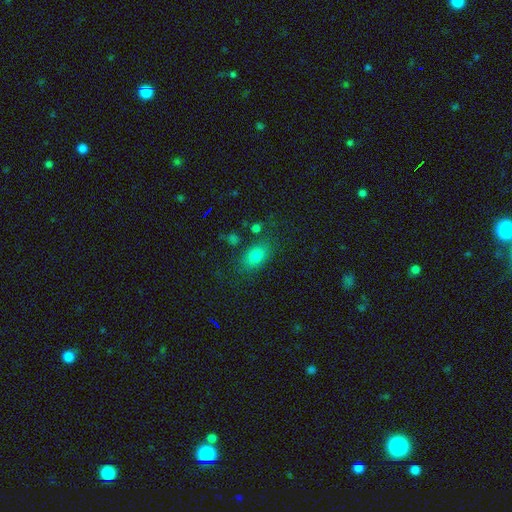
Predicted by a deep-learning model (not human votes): smooth-or-featured: smooth: 76% | star or artifact: 14% | featured or disk: 10%
  how-rounded: in between: 78% | round: 19% | cigar-shaped: 3%
  merging: none: 74% | minor disturbance: 15% | major disturbance: 6% | merger: 5%